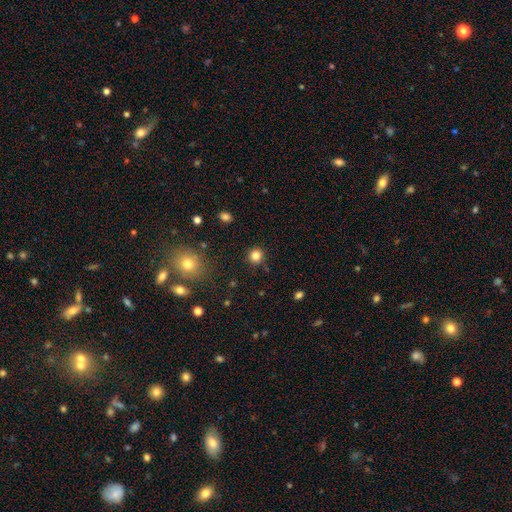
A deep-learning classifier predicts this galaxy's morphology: A smooth galaxy with no disk features (82%) that is round (92%). Merging: none (88%).